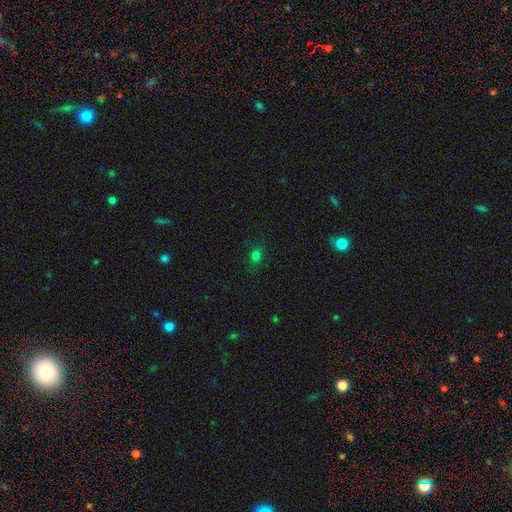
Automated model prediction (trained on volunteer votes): smooth 75%, star or artifact 19%, featured or disk 6%. Down the decision tree: how rounded — in between (55%); merging — none (83%).